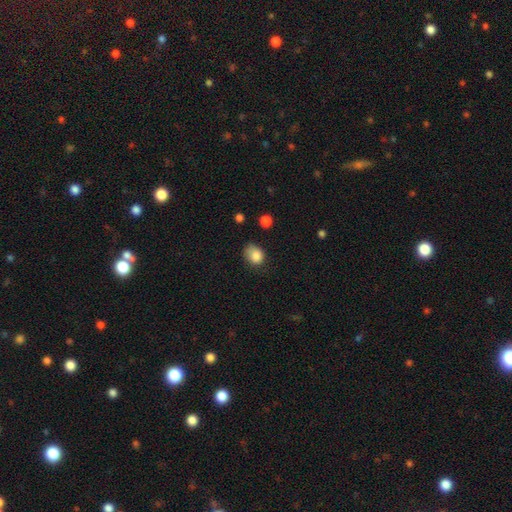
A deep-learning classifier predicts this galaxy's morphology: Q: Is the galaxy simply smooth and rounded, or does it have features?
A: smooth — 85%.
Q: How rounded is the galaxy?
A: round — 55%.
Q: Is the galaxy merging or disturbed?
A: none — 47%.